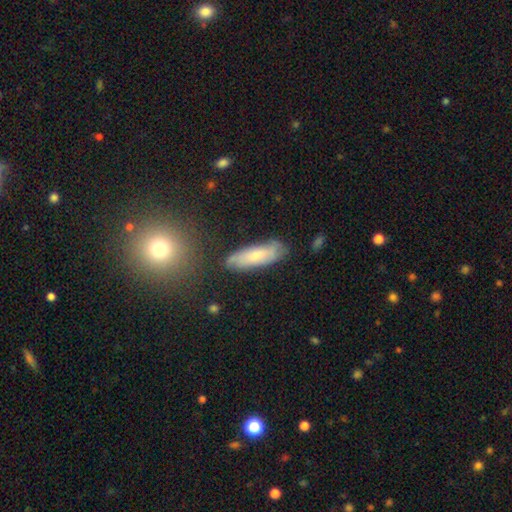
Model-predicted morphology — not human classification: Smooth or featured: smooth — 62% (featured or disk — 31%)
How rounded: in between — 49% (tied with cigar-shaped — 49%)
Merging: none — 73% (minor disturbance — 19%)